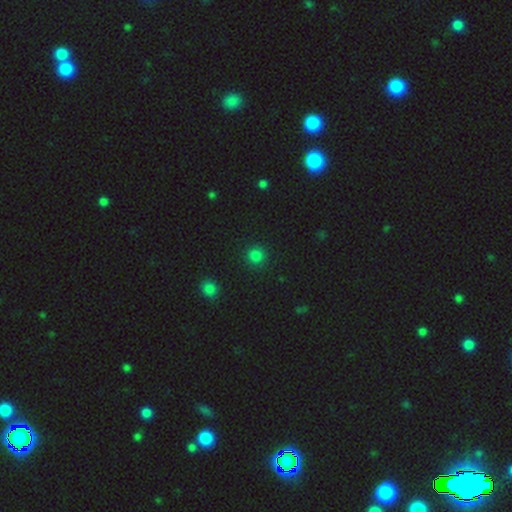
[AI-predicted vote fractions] Smooth or featured: smooth — 82% (star or artifact — 15%)
How rounded: round — 92% (in between — 7%)
Merging: none — 90% (minor disturbance — 6%)